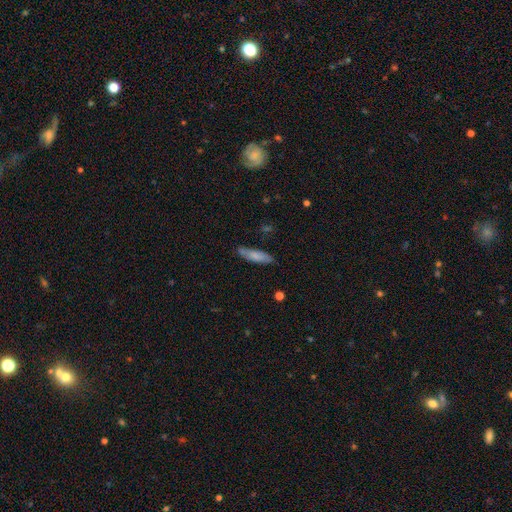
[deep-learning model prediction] A smooth galaxy with no disk features (76%) that is cigar-shaped (63%). Merging: none (72%).